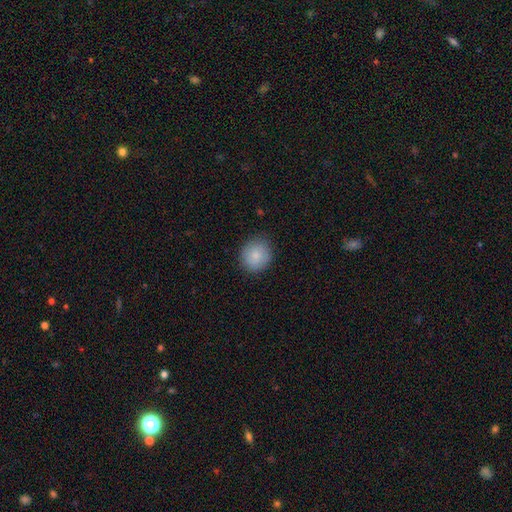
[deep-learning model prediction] Q: Smooth or featured?
A: smooth (83%); runner-up: featured or disk (9%)
Q: How rounded?
A: round (79%); runner-up: in between (20%)
Q: Merging?
A: none (83%); runner-up: minor disturbance (13%)